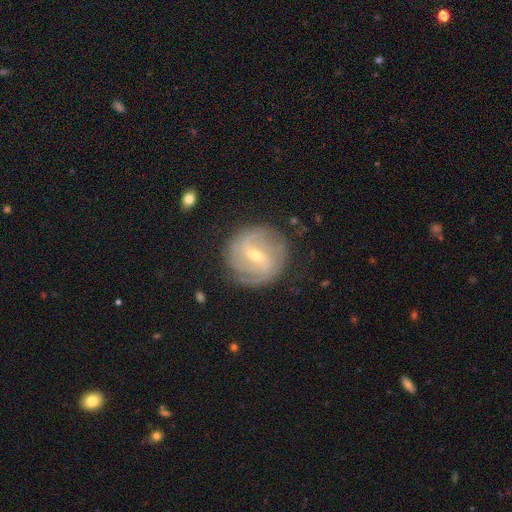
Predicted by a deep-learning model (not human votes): Smooth or featured?
  - featured or disk: 85% *
  - smooth: 9%
  - star or artifact: 5%
Edge-on disk?
  - no: 97% *
  - yes: 3%
Bar?
  - weak: 57% *
  - strong: 27%
  - no: 17%
Spiral arms?
  - yes: 95% *
  - no: 5%
Spiral winding?
  - tight: 54% *
  - medium: 35%
  - loose: 11%
Spiral arm count?
  - 2: 37% *
  - can't tell: 23%
  - 3: 21%
  - 4: 10%
  - 1: 5%
  - more than 4: 5%
Bulge size?
  - small: 59% *
  - moderate: 38%
  - large: 1%
  - none: 1%
  - dominant: 1%
Merging?
  - none: 80% *
  - minor disturbance: 14%
  - major disturbance: 5%
  - merger: 1%